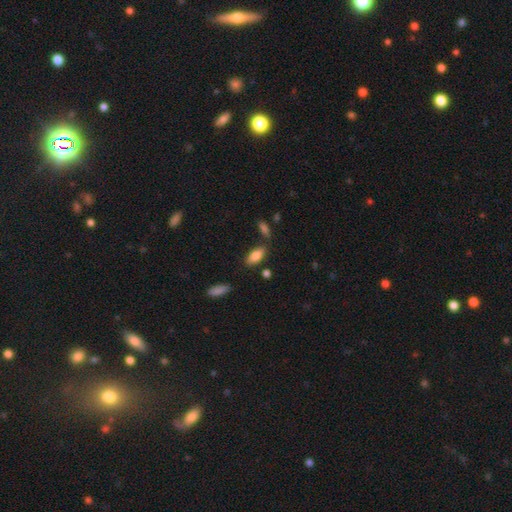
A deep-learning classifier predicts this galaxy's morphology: Smooth or featured: smooth — 83% (featured or disk — 10%)
How rounded: in between — 85% (cigar-shaped — 13%)
Merging: none — 73% (minor disturbance — 15%)